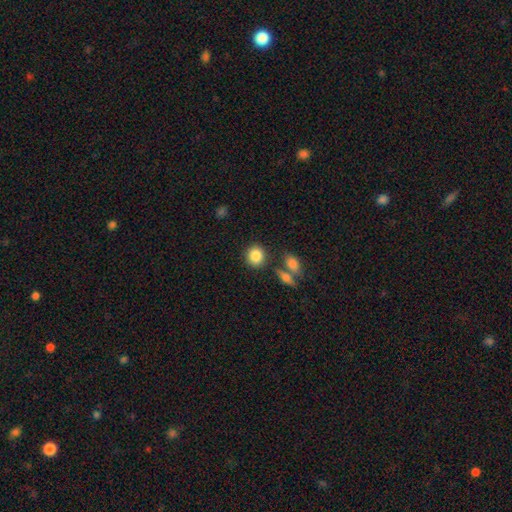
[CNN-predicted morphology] This appears to be a smooth galaxy with no disk features (86%) that is round (80%). Merging: none (78%).